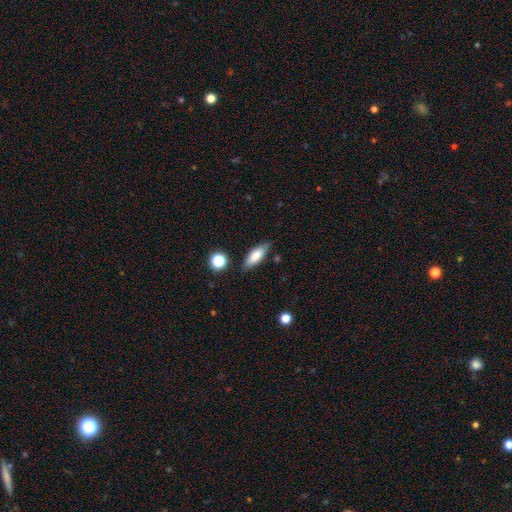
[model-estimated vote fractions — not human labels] Smooth or featured?
  - smooth: 75% *
  - featured or disk: 17%
  - star or artifact: 8%
How rounded?
  - in between: 67% *
  - cigar-shaped: 30%
  - round: 3%
Merging?
  - none: 78% *
  - minor disturbance: 16%
  - major disturbance: 3%
  - merger: 3%